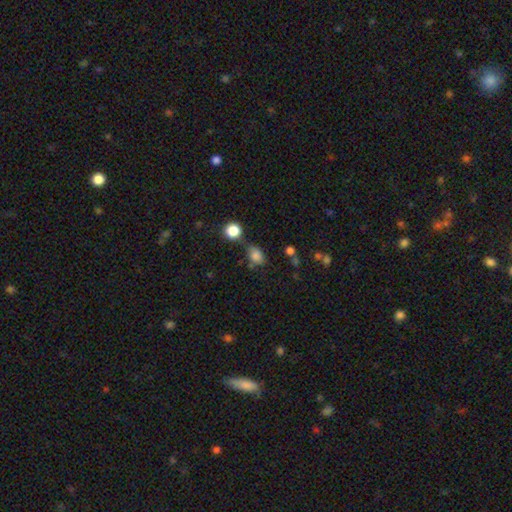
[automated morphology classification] A smooth galaxy with no disk features (80%) that is in between round and cigar-shaped (62%). Merging: none (56%).